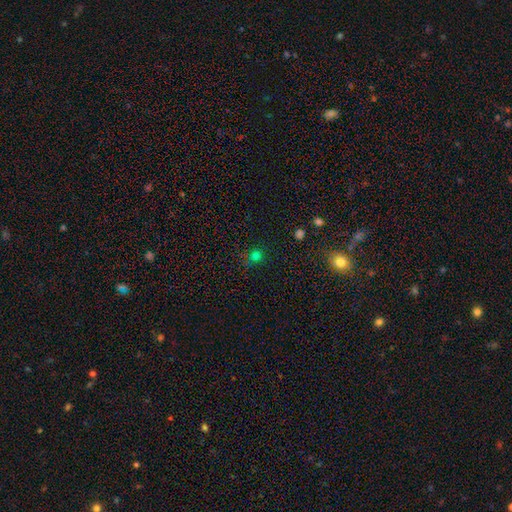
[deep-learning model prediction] Smooth or featured? Predicted: smooth (p=0.70). How rounded? Predicted: round (p=0.89). Merging? Predicted: none (p=0.77).